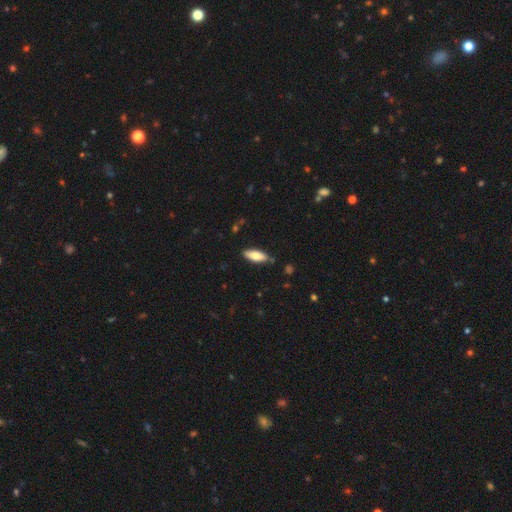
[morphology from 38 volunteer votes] Smooth or featured?
  - smooth: 84% *
  - featured or disk: 13%
  - star or artifact: 3%
How rounded?
  - in between: 59% *
  - cigar-shaped: 38%
  - round: 3%
Merging?
  - none: 70% *
  - minor disturbance: 16%
  - merger: 8%
  - major disturbance: 5%